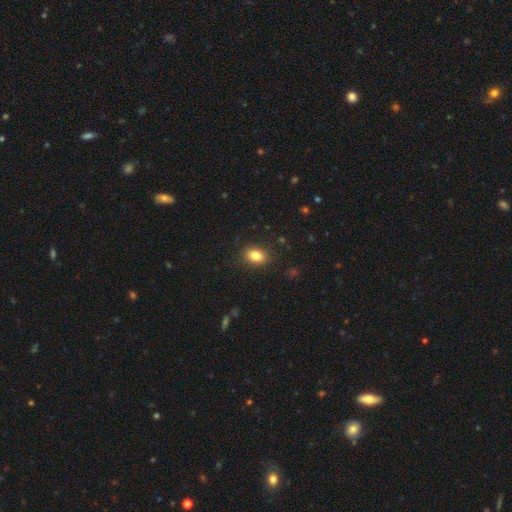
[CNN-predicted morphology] smooth-or-featured: smooth: 83% | star or artifact: 10% | featured or disk: 8%
  how-rounded: in between: 74% | round: 25% | cigar-shaped: 1%
  merging: none: 86% | minor disturbance: 10% | major disturbance: 3% | merger: 1%